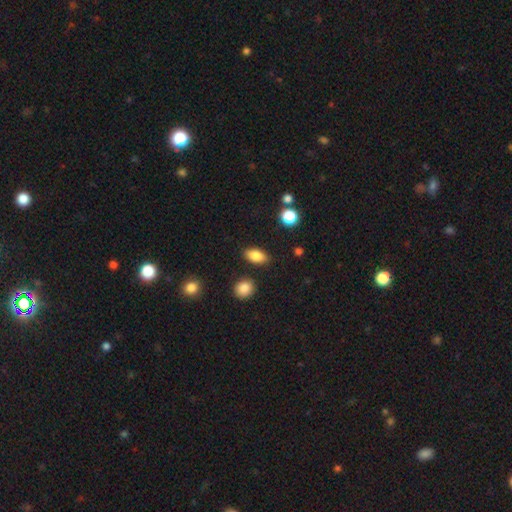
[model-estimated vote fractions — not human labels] Overall: smooth (84%). How rounded: in between (87%). Merging: none (86%).